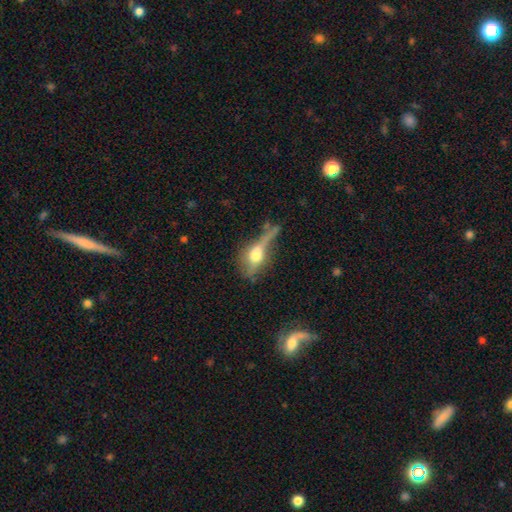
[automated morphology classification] Smooth or featured? smooth (49%)
Merging? major disturbance (33%)